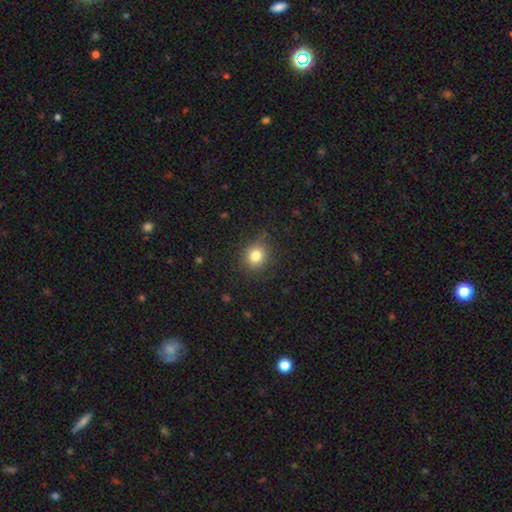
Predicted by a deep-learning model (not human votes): A smooth galaxy with no disk features (82%) that is round (84%).

Vote fractions:
- Smooth or featured? smooth: 82% / star or artifact: 12% / featured or disk: 6%
- How rounded? round: 84% / in between: 15% / cigar-shaped: 1%
- Merging? none: 84% / minor disturbance: 12% / major disturbance: 3% / merger: 1%